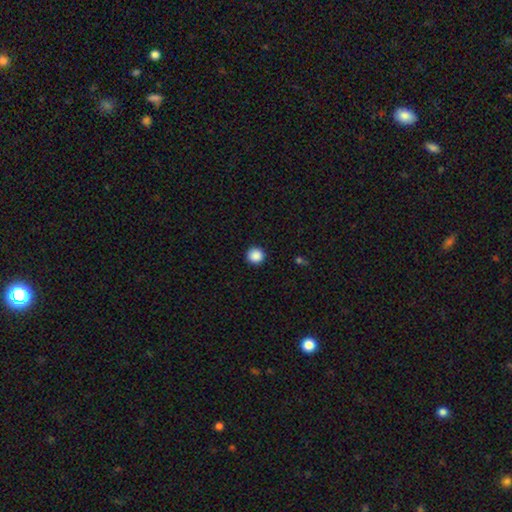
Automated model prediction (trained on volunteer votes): The model was most divided on "smooth or featured": smooth: 88%, star or artifact: 9%, featured or disk: 2%. More confident: how rounded — round (95%); merging — none (93%).